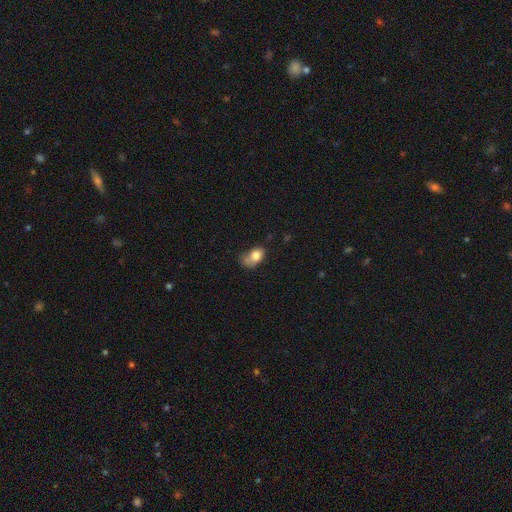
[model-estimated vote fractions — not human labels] Morphology: type=smooth (77%); roundness=in between (79%); merging=minor disturbance (34%).